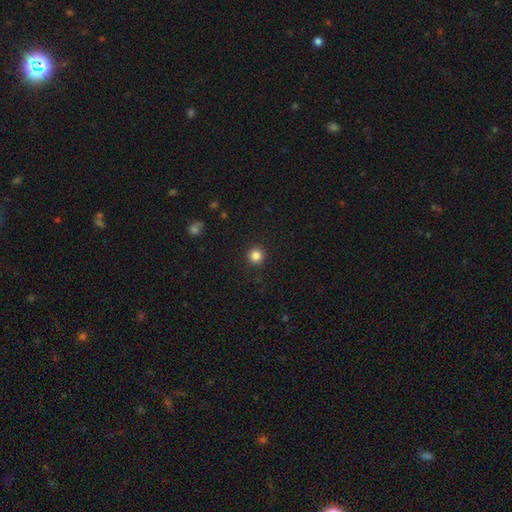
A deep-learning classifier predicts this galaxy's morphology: smooth-or-featured: smooth: 85% | star or artifact: 11% | featured or disk: 4%
  how-rounded: round: 96% | in between: 3% | cigar-shaped: 1%
  merging: none: 93% | minor disturbance: 4% | major disturbance: 2% | merger: 1%